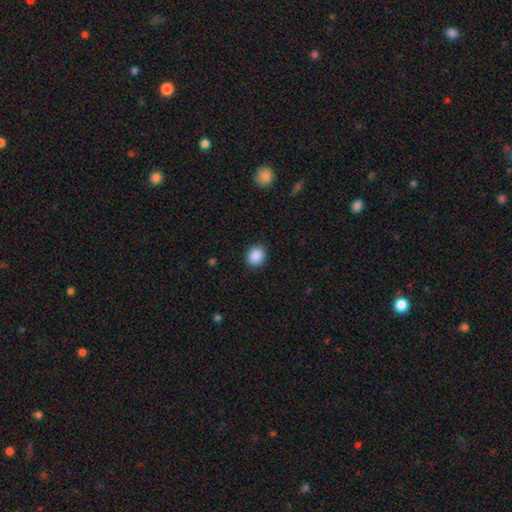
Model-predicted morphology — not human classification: A smooth galaxy with no disk features (89%) that is round (69%). Merging: none (90%).